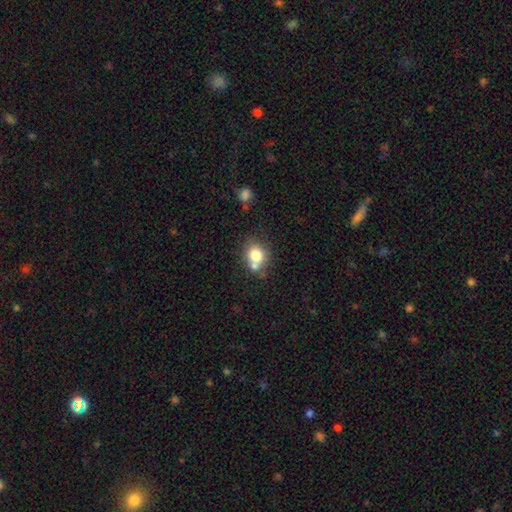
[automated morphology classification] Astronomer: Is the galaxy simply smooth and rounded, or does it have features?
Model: smooth — 76%.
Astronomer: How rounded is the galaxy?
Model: round — 73%.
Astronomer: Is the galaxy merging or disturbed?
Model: none — 54% (runner-up: merger, 30%).